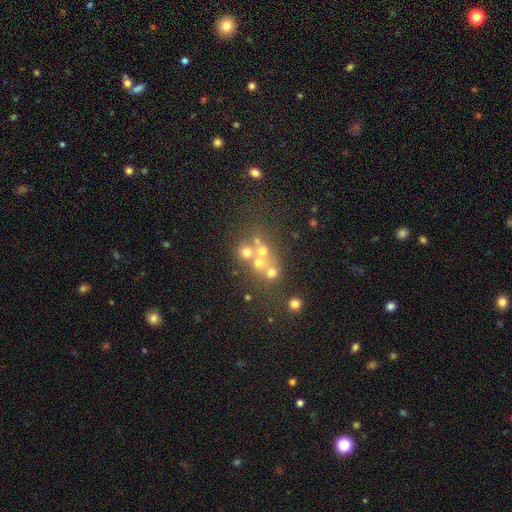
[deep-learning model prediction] Smooth or featured: star or artifact — 35% (smooth — 33%)